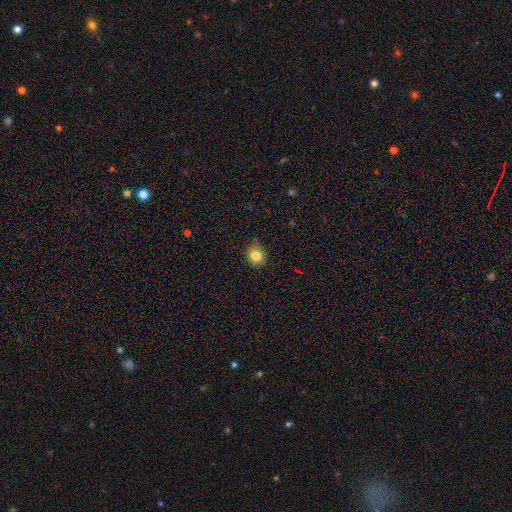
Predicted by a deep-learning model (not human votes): Smooth or featured?
  - smooth: 83% *
  - star or artifact: 10%
  - featured or disk: 7%
How rounded?
  - round: 68% *
  - in between: 31%
  - cigar-shaped: 1%
Merging?
  - none: 79% *
  - minor disturbance: 16%
  - major disturbance: 3%
  - merger: 1%